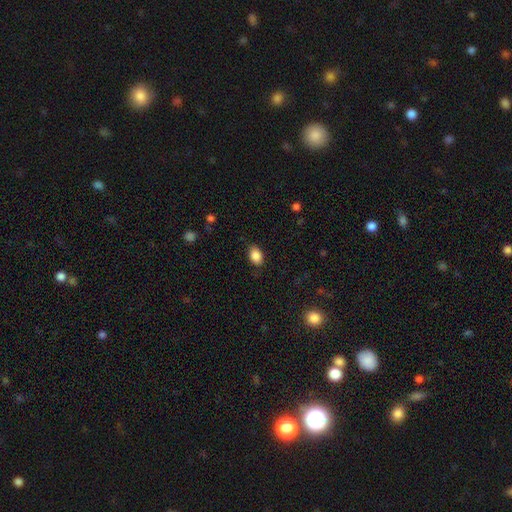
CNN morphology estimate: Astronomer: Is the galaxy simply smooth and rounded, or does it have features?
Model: smooth — 88%.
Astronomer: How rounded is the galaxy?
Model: in between — 84%.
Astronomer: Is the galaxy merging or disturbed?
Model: none — 82%.